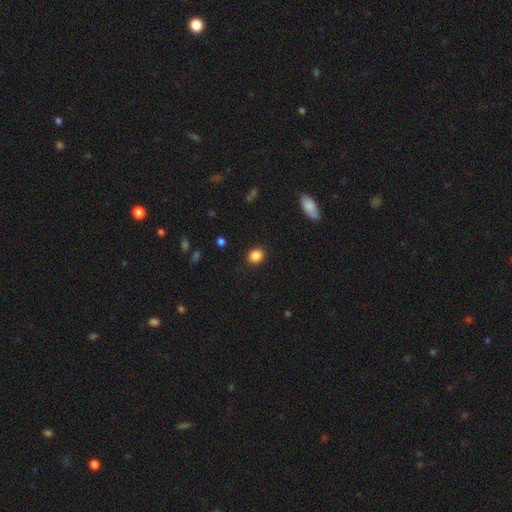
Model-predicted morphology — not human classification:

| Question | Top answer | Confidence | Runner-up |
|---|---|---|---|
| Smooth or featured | smooth | 87% | star or artifact (9%) |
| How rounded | round | 59% | in between (40%) |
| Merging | none | 89% | minor disturbance (7%) |